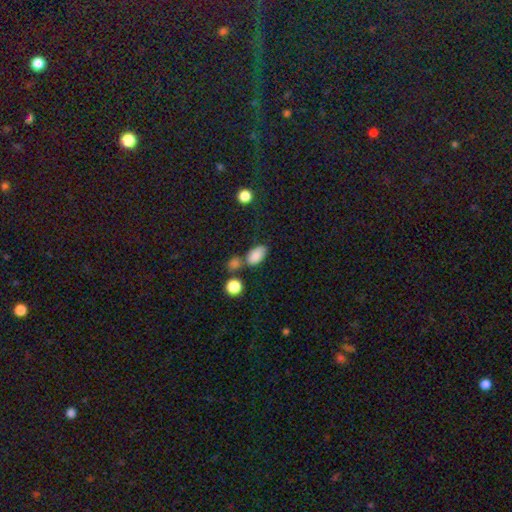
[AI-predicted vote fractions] This appears to be a smooth galaxy with no disk features (84%) that is in between round and cigar-shaped (89%). Merging: none (57%).